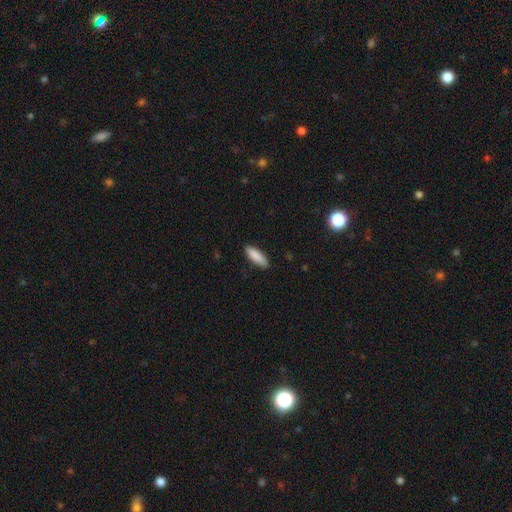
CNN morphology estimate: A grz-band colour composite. It shows a smooth galaxy with no disk features (89%) that is in between round and cigar-shaped (56%). Merging: none (88%).